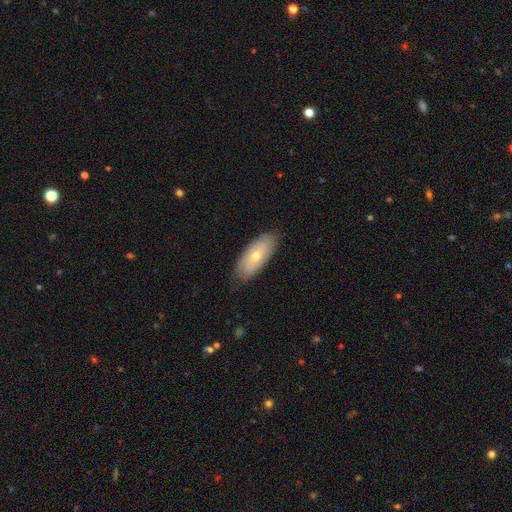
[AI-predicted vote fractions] A smooth galaxy with no disk features (61%) that is in between round and cigar-shaped (82%).

Vote fractions:
- Smooth or featured? smooth: 61% / featured or disk: 32% / star or artifact: 7%
- How rounded? in between: 82% / cigar-shaped: 16% / round: 3%
- Merging? none: 82% / minor disturbance: 15% / major disturbance: 3% / merger: 1%